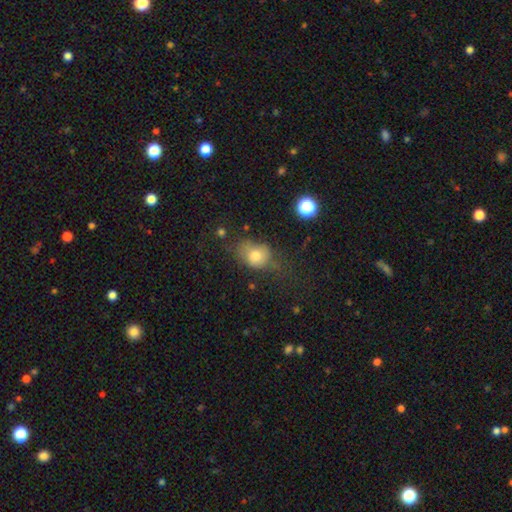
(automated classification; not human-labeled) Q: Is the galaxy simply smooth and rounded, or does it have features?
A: smooth — 75%.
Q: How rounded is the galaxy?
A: in between — 54%.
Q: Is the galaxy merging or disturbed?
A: none — 45%.